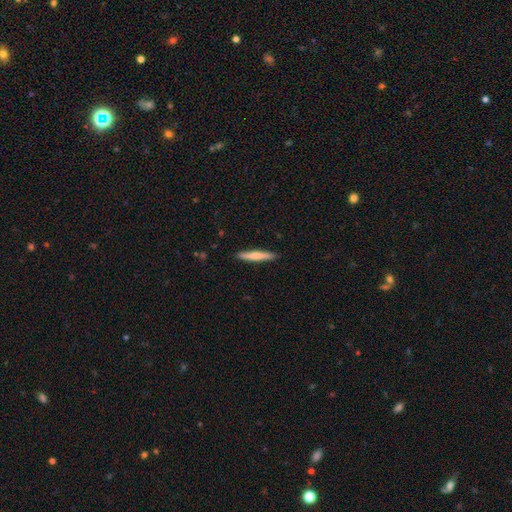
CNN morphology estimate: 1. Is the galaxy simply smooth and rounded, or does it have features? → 67% smooth, 28% featured or disk, 5% star or artifact.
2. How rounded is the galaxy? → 93% cigar-shaped, 6% in between, 1% round.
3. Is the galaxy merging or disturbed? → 90% none, 7% minor disturbance, 1% major disturbance, 1% merger.